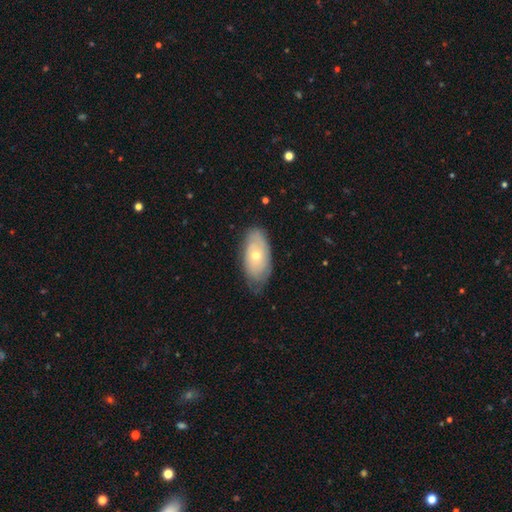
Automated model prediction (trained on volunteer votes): smooth_or_featured: featured or disk (p=0.53) [alt: smooth p=0.40]
disk_edge_on: no (p=0.87) [alt: yes p=0.13]
merging: none (p=0.71) [alt: minor disturbance p=0.23]